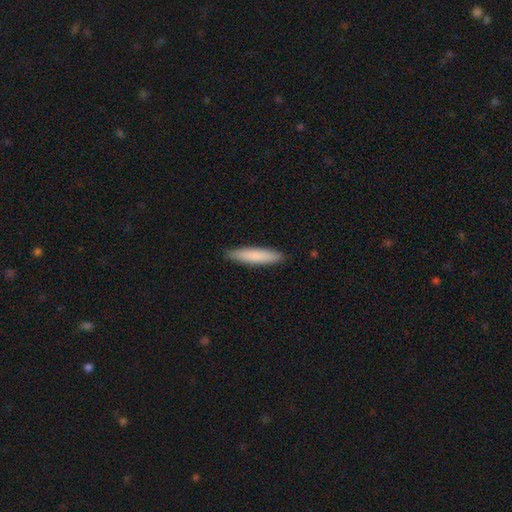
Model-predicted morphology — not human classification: smooth-or-featured: smooth: 83% | featured or disk: 12% | star or artifact: 5%
  how-rounded: cigar-shaped: 85% | in between: 14% | round: 1%
  merging: none: 90% | minor disturbance: 8% | major disturbance: 1% | merger: 1%